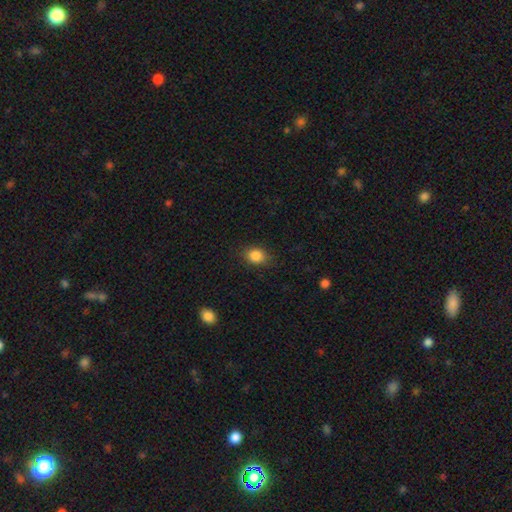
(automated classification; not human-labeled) Overall: smooth (86%). How rounded: in between (50%; round 48%). Merging: none (82%).